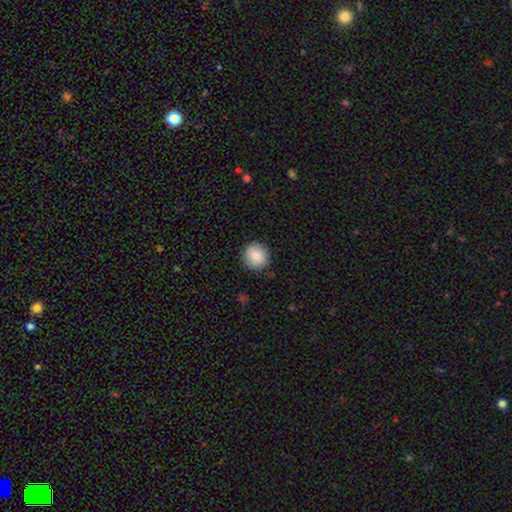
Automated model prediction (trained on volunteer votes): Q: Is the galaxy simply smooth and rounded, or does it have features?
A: smooth — 82%.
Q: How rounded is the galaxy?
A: round — 92%.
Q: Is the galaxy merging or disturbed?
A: none — 89%.